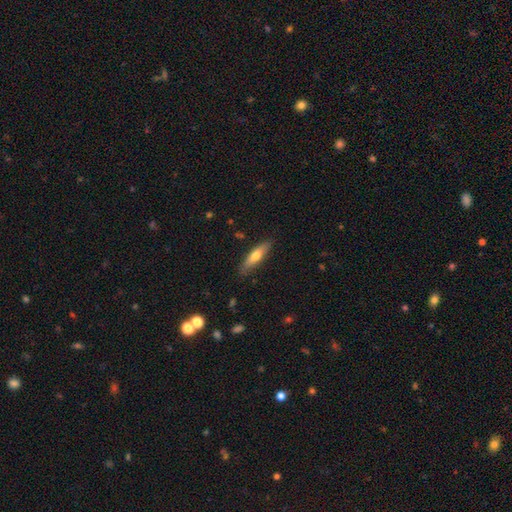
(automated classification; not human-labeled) This is likely a smooth galaxy (62%). How rounded: likely cigar-shaped (67%). Merging: clearly none (84%).